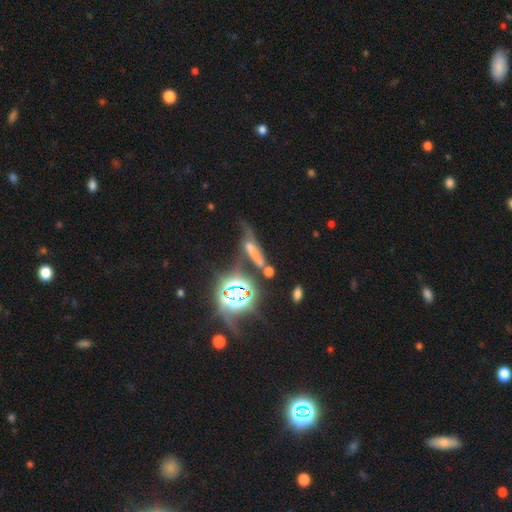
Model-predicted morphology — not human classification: Smooth or featured?
  - smooth: 41% *
  - star or artifact: 32%
  - featured or disk: 27%
Merging?
  - none: 37% *
  - major disturbance: 22%
  - minor disturbance: 21%
  - merger: 19%